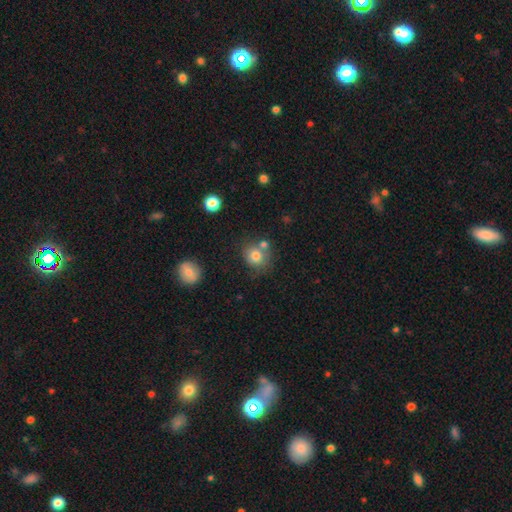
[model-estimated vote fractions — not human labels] The model was most divided on "merging": none: 61%, merger: 20%, minor disturbance: 15%, major disturbance: 5%. More confident: how rounded — round (79%); smooth or featured — smooth (78%).